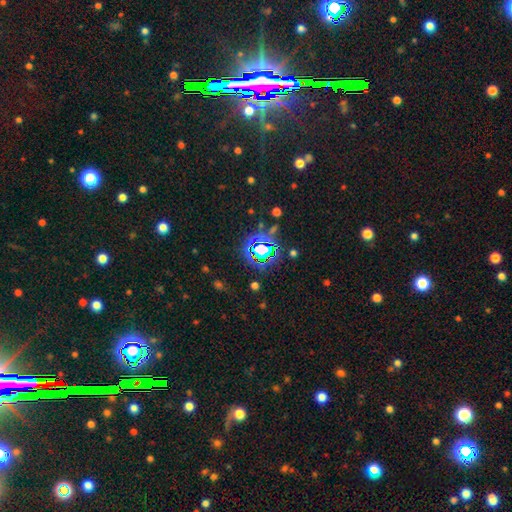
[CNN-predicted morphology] smooth_or_featured: star or artifact (p=0.69) [alt: smooth p=0.21]